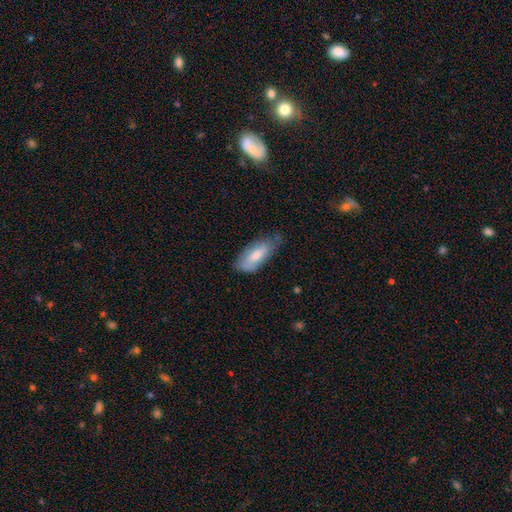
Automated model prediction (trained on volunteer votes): Smooth or featured?
  - smooth: 72% *
  - featured or disk: 22%
  - star or artifact: 6%
How rounded?
  - in between: 81% *
  - cigar-shaped: 17%
  - round: 2%
Merging?
  - none: 59% *
  - minor disturbance: 32%
  - major disturbance: 7%
  - merger: 2%